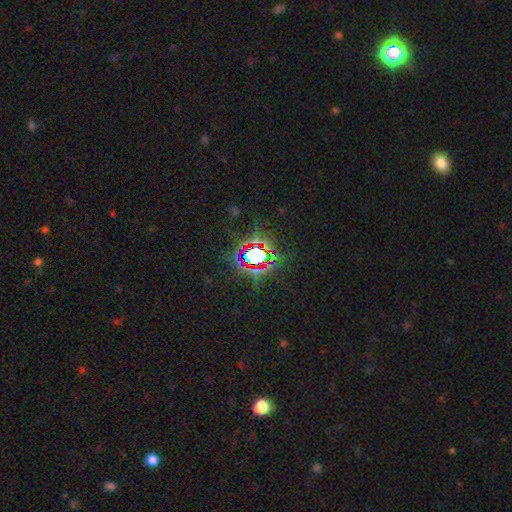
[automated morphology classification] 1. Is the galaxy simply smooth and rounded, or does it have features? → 77% star or artifact, 14% smooth, 9% featured or disk.